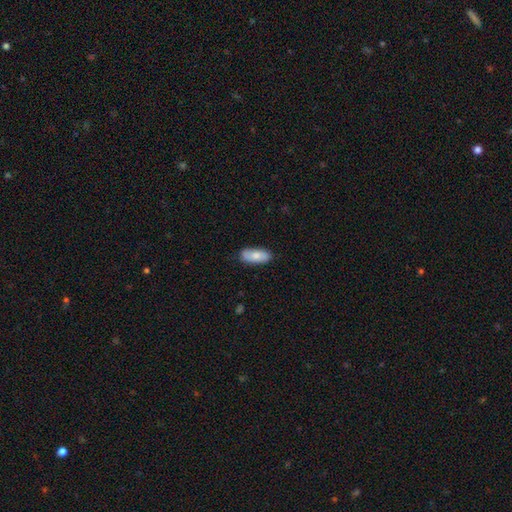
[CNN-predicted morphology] The model was most divided on "smooth or featured": smooth: 79%, featured or disk: 15%, star or artifact: 6%. More confident: how rounded — in between (83%); merging — none (83%).